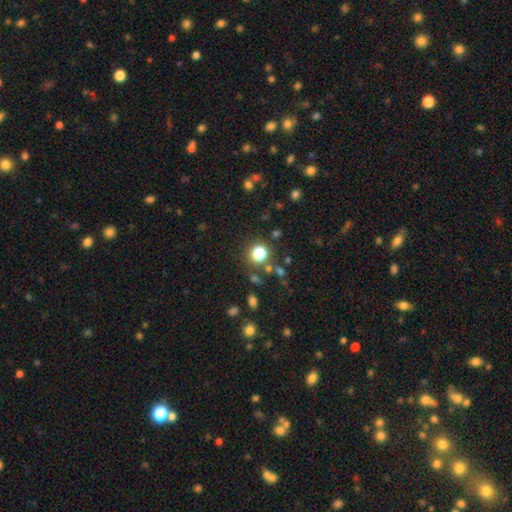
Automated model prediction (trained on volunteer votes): Smooth or featured? smooth (72%)
How rounded? round (87%)
Merging? none (82%)